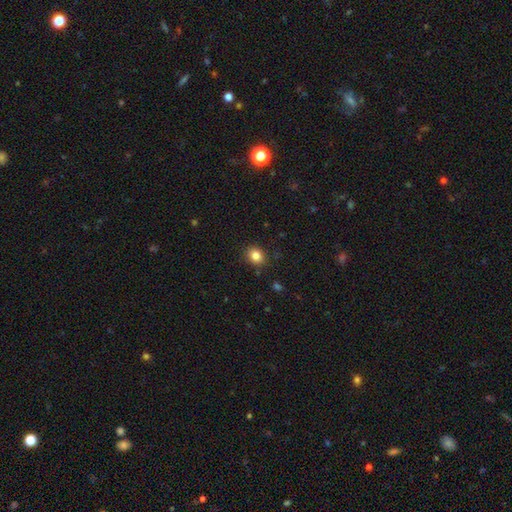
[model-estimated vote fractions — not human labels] Smooth or featured? Predicted: smooth (p=0.84). How rounded? Predicted: round (p=0.65). Merging? Predicted: none (p=0.88).